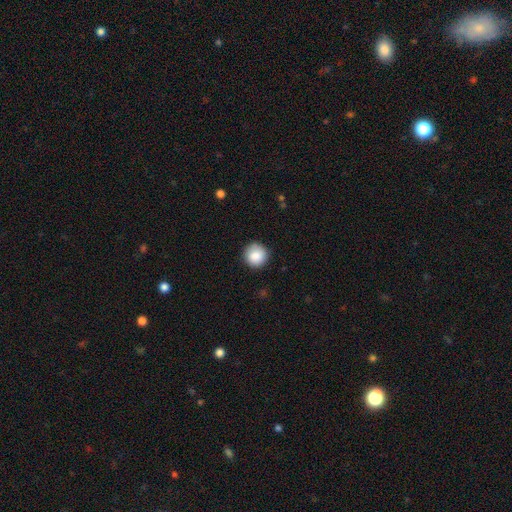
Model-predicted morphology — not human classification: A smooth galaxy with no disk features (87%) that is round (95%). Merging: none (89%).